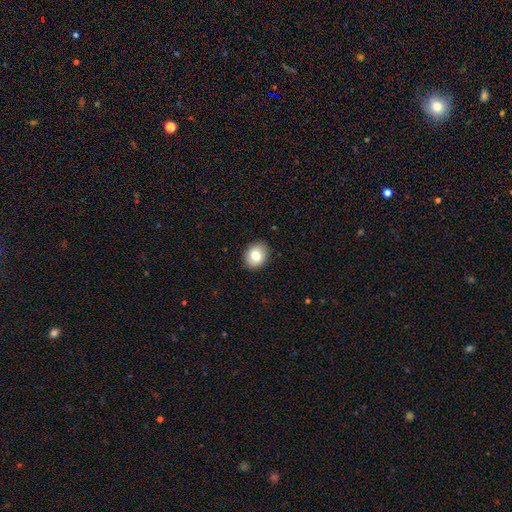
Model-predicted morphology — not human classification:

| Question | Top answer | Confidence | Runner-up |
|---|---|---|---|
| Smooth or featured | smooth | 80% | featured or disk (11%) |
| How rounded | round | 56% | in between (43%) |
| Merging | none | 90% | minor disturbance (7%) |